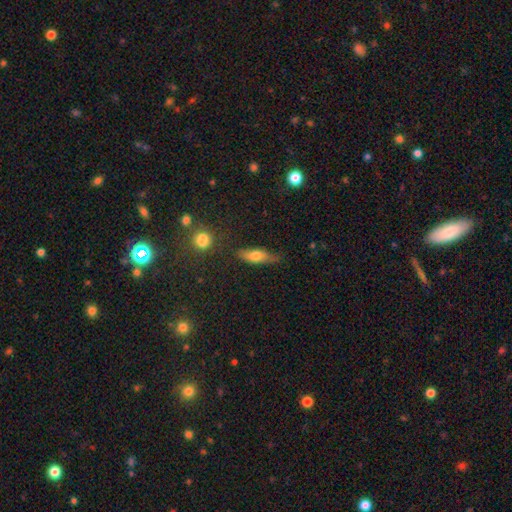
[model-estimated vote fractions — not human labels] A smooth galaxy with no disk features (63%) that is in between round and cigar-shaped (57%).

Vote fractions:
- Smooth or featured? smooth: 63% / featured or disk: 28% / star or artifact: 8%
- How rounded? in between: 57% / cigar-shaped: 38% / round: 4%
- Merging? none: 63% / minor disturbance: 26% / major disturbance: 8% / merger: 4%